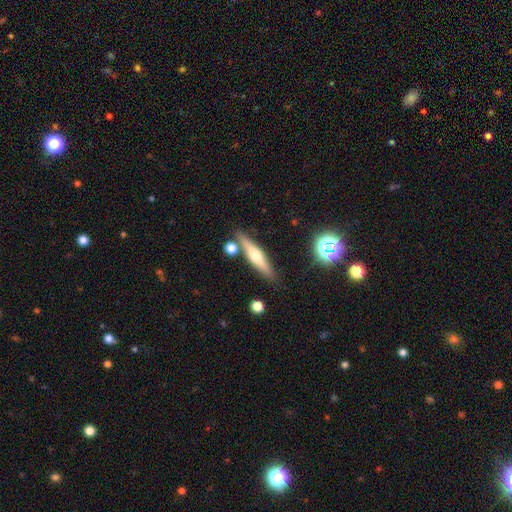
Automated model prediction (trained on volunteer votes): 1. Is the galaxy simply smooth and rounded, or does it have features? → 52% featured or disk, 41% smooth, 8% star or artifact.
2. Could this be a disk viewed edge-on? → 93% yes, 7% no.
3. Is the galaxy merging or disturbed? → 81% none, 9% minor disturbance, 7% merger, 2% major disturbance.